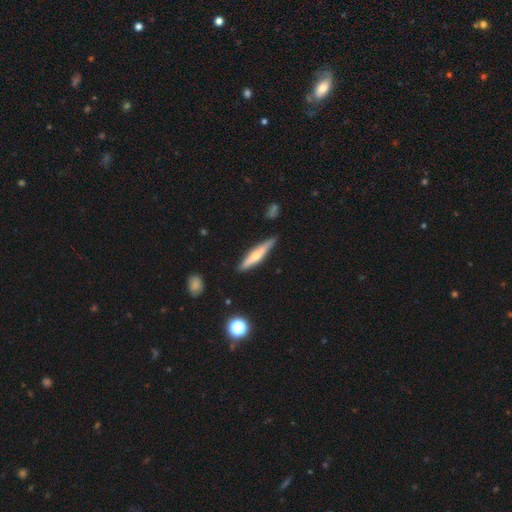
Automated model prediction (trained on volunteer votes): smooth 48%, featured or disk 46%, star or artifact 6%. Down the decision tree: merging — none (80%).